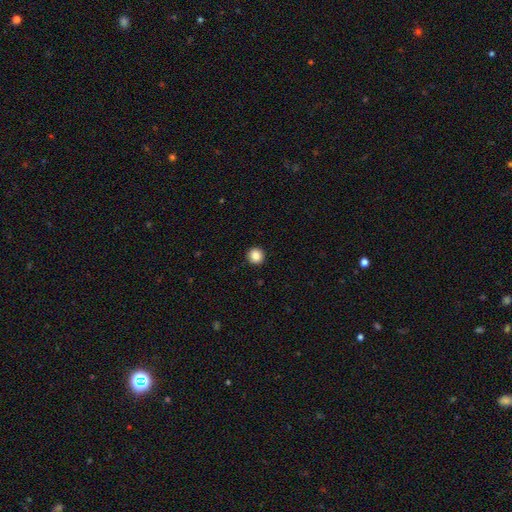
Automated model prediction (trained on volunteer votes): A smooth galaxy with no disk features (87%) that is round (94%). Merging: none (93%).